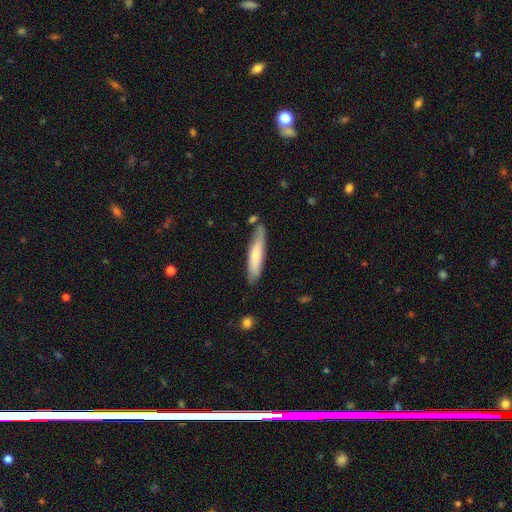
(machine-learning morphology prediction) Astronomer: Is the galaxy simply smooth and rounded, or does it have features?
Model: smooth — 67%.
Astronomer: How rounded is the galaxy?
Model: cigar-shaped — 84%.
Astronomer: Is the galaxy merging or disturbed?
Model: none — 72%.